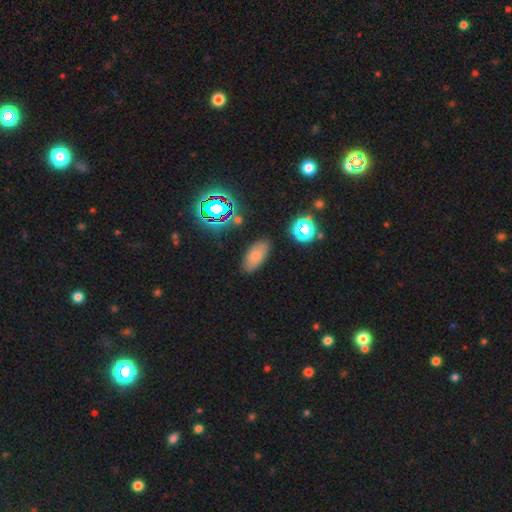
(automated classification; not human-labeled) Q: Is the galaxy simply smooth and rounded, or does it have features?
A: smooth — 72%.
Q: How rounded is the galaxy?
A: in between — 89%.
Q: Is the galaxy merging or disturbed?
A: none — 84%.